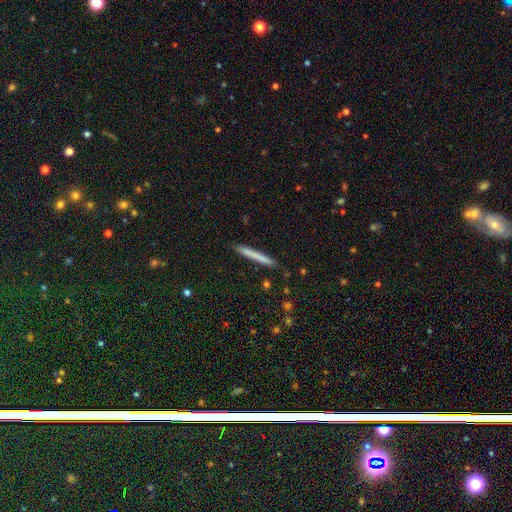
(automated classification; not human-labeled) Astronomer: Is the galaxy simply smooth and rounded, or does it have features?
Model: smooth — 69%.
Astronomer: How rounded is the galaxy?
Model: cigar-shaped — 97%.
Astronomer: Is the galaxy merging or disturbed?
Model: none — 89%.